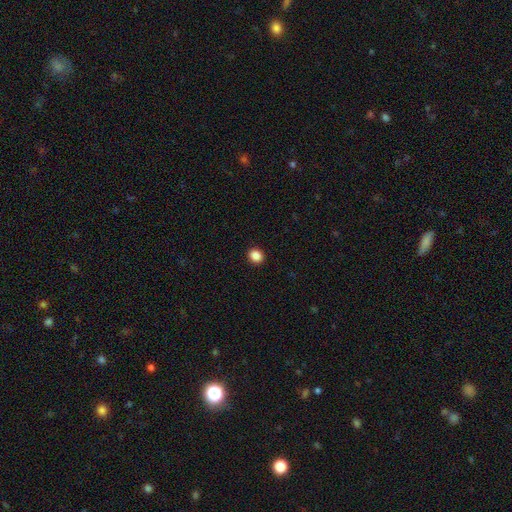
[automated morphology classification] A smooth galaxy with no disk features (87%) that is round (77%). Merging: none (93%).